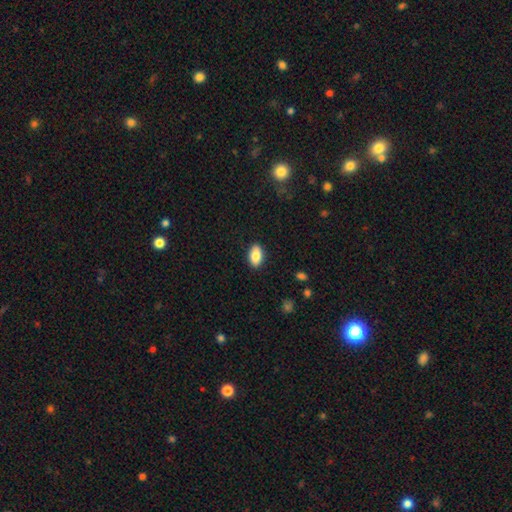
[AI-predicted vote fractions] Smooth or featured: smooth — 85% (featured or disk — 8%)
How rounded: in between — 92% (round — 5%)
Merging: none — 89% (minor disturbance — 8%)